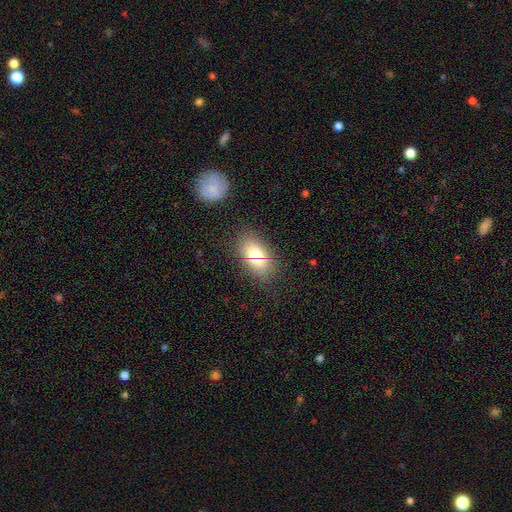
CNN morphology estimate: This is likely a smooth galaxy (72%). How rounded: clearly in between (83%). Merging: likely none (80%).